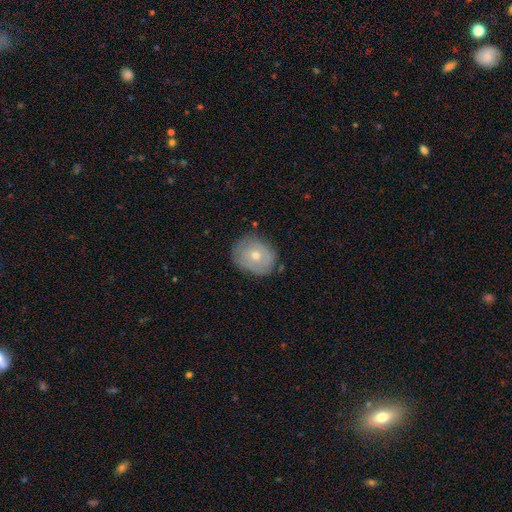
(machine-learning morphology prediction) A smooth galaxy with no disk features (56%) that is round (51%).

Vote fractions:
- Smooth or featured? smooth: 56% / featured or disk: 37% / star or artifact: 7%
- How rounded? round: 51% / in between: 48% / cigar-shaped: 1%
- Merging? none: 75% / minor disturbance: 19% / major disturbance: 4% / merger: 2%